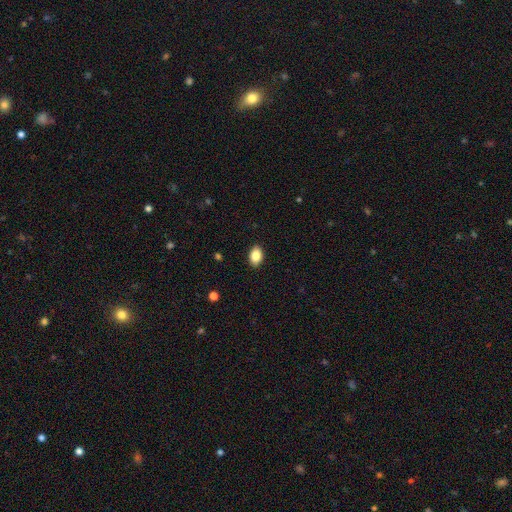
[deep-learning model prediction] A smooth galaxy with no disk features (87%) that is in between round and cigar-shaped (86%). Merging: none (90%).